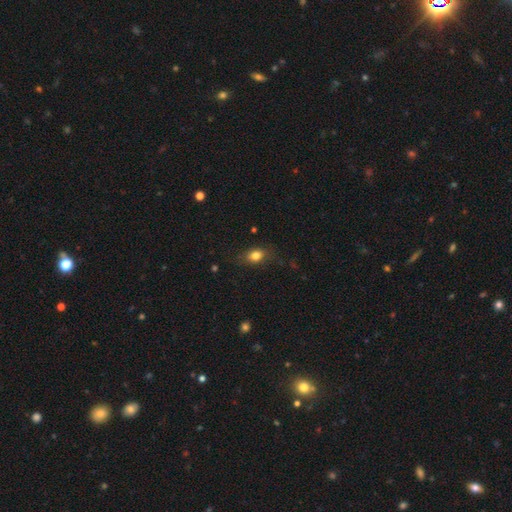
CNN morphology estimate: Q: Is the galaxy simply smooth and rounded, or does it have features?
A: smooth — 81%.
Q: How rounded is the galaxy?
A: in between — 67%.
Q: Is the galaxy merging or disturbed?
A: none — 73%.